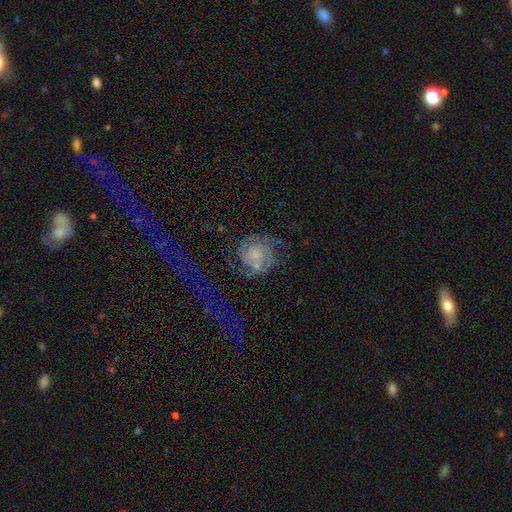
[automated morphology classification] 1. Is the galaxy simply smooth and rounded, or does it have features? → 74% featured or disk, 17% smooth, 9% star or artifact.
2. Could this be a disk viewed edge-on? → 98% no, 2% yes.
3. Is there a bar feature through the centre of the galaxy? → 67% no, 28% weak, 5% strong.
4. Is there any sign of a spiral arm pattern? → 92% yes, 8% no.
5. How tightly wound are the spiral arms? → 42% tight, 38% medium, 20% loose.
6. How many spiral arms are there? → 56% 2, 18% can't tell, 11% 3, 7% 1, 5% 4, 4% more than 4.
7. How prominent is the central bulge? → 42% small, 28% moderate, 20% none, 7% large, 3% dominant.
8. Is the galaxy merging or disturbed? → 50% none, 28% major disturbance, 17% minor disturbance, 5% merger.